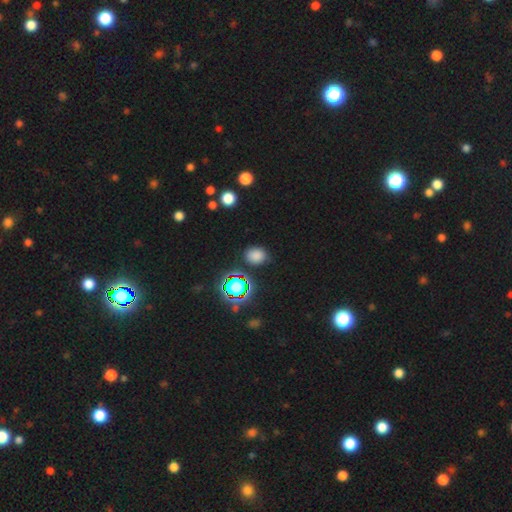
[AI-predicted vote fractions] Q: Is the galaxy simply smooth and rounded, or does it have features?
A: smooth — 73%.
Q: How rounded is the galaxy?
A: in between — 51%.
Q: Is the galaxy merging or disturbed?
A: none — 82%.